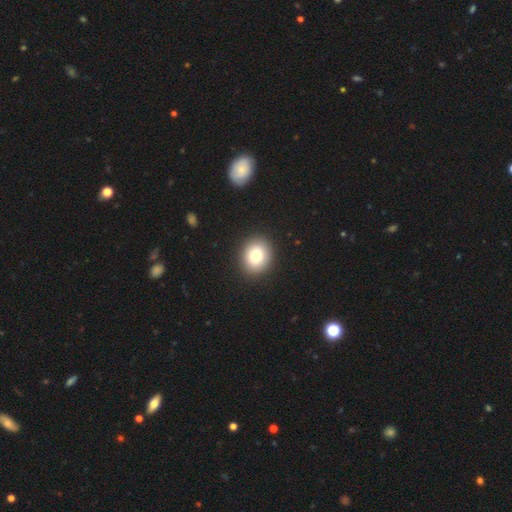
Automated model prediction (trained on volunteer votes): smooth-or-featured: smooth: 80% | featured or disk: 10% | star or artifact: 10%
  how-rounded: round: 66% | in between: 33% | cigar-shaped: 1%
  merging: none: 91% | minor disturbance: 6% | major disturbance: 2% | merger: 1%